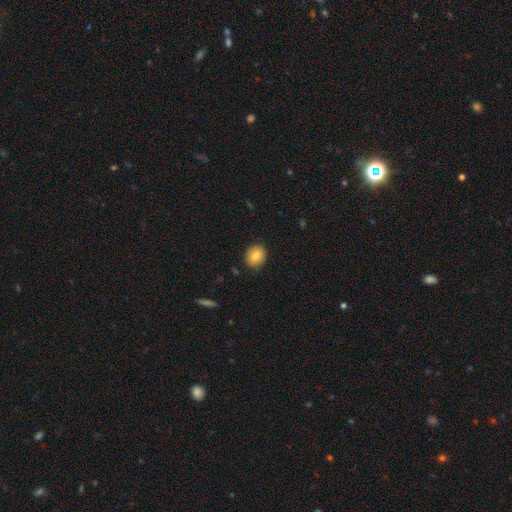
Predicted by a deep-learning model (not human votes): Smooth or featured? smooth (83%)
How rounded? round (59%)
Merging? none (87%)